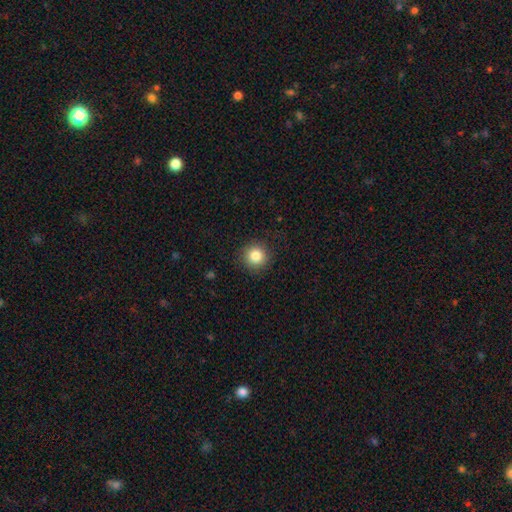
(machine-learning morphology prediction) smooth-or-featured: smooth: 84% | star or artifact: 11% | featured or disk: 6%
  how-rounded: round: 94% | in between: 5% | cigar-shaped: 1%
  merging: none: 90% | minor disturbance: 7% | major disturbance: 2% | merger: 1%